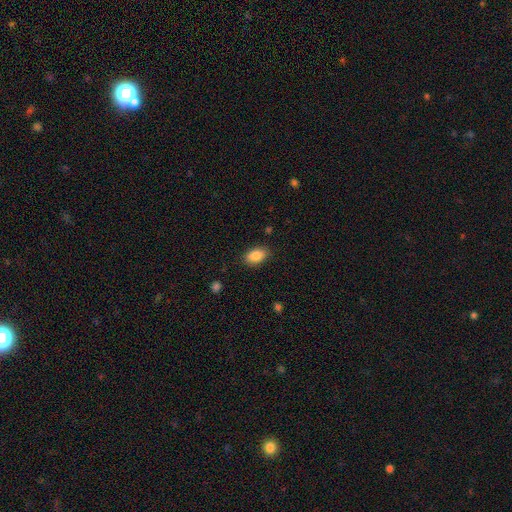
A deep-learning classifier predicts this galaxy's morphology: Q: Smooth or featured?
A: smooth (87%); runner-up: star or artifact (8%)
Q: How rounded?
A: in between (91%); runner-up: round (7%)
Q: Merging?
A: none (86%); runner-up: minor disturbance (11%)